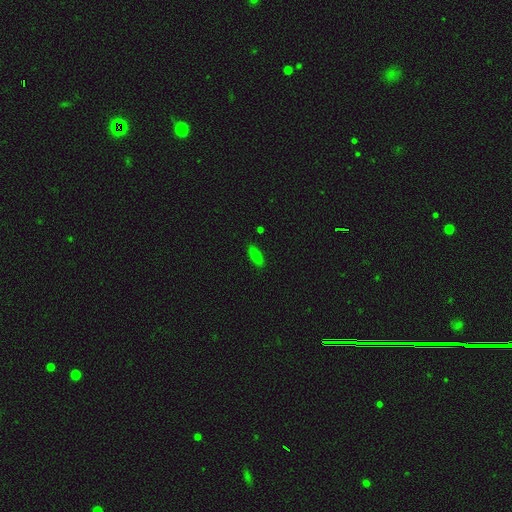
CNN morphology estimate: smooth_or_featured: smooth (p=0.69) [alt: featured or disk p=0.20]
how_rounded: in between (p=0.71) [alt: cigar-shaped p=0.25]
merging: none (p=0.87) [alt: minor disturbance p=0.10]